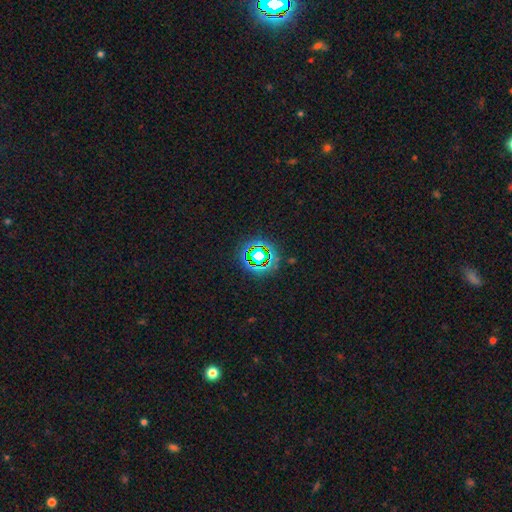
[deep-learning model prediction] smooth_or_featured: star or artifact (p=0.69) [alt: smooth p=0.20]